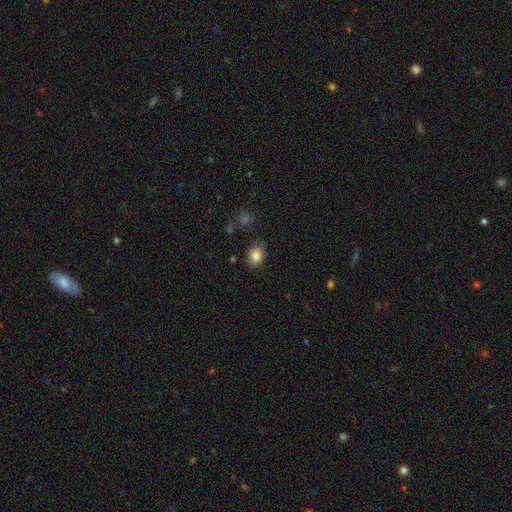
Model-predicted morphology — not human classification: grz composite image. It shows a smooth galaxy with no disk features (85%) that is in between round and cigar-shaped (71%). Merging: none (74%).